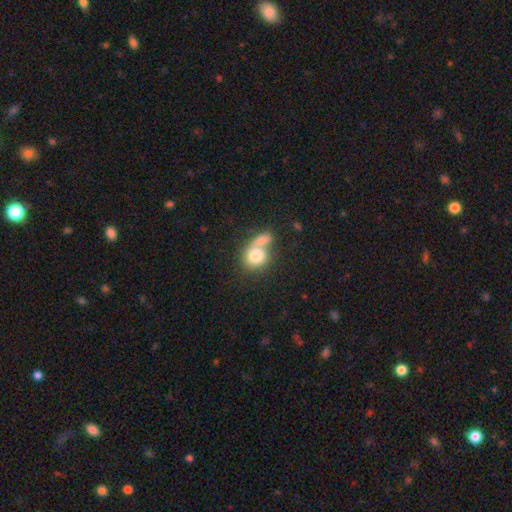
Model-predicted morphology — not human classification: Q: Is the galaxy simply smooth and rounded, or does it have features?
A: smooth — 78%.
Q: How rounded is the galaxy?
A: round — 67%.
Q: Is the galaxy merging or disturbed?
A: merger — 60%.